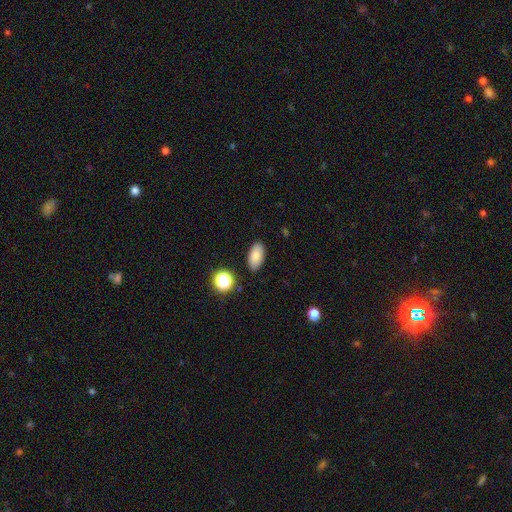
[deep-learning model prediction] The model was most divided on "smooth or featured": smooth: 83%, star or artifact: 9%, featured or disk: 7%. More confident: how rounded — in between (92%); merging — none (87%).